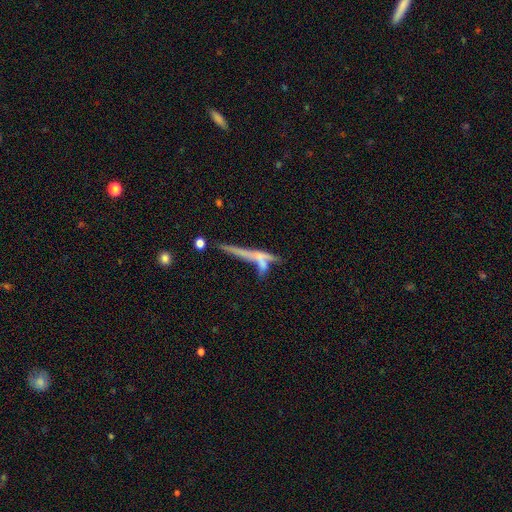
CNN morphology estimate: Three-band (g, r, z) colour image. It shows a featured or disk galaxy (52%) viewed edge-on (82%). Merging: none (45%).